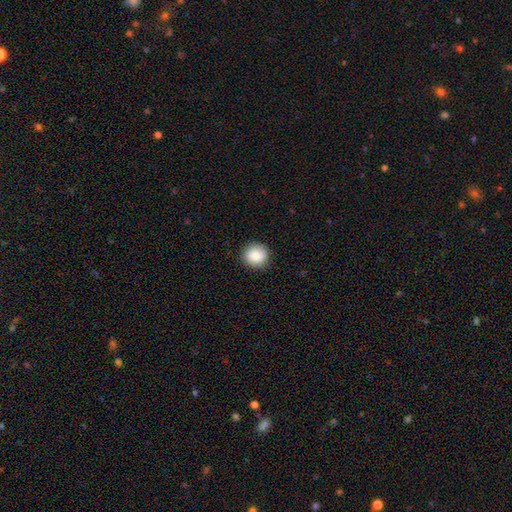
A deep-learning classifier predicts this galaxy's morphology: A smooth galaxy with no disk features (85%) that is round (90%).

Vote fractions:
- Smooth or featured? smooth: 85% / star or artifact: 8% / featured or disk: 7%
- How rounded? round: 90% / in between: 9% / cigar-shaped: 1%
- Merging? none: 89% / minor disturbance: 8% / major disturbance: 2% / merger: 1%